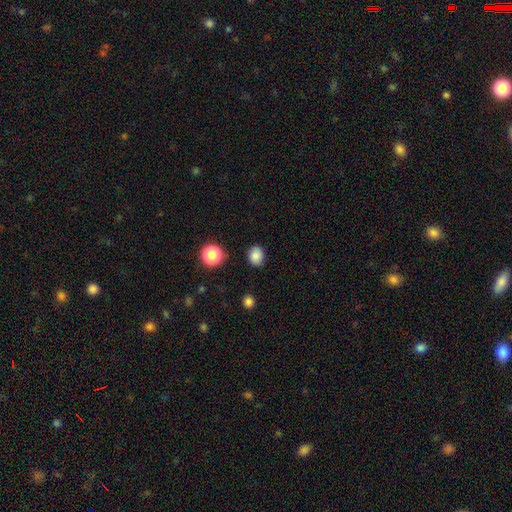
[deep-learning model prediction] Smooth or featured? Predicted: smooth (p=0.84). How rounded? Predicted: round (p=0.67). Merging? Predicted: none (p=0.85).